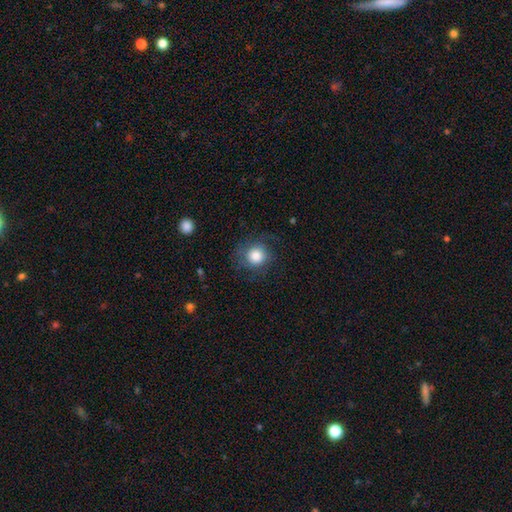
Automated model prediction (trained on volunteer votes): smooth-or-featured: smooth: 79% | featured or disk: 12% | star or artifact: 9%
  how-rounded: round: 89% | in between: 10% | cigar-shaped: 1%
  merging: none: 72% | minor disturbance: 17% | major disturbance: 9% | merger: 1%